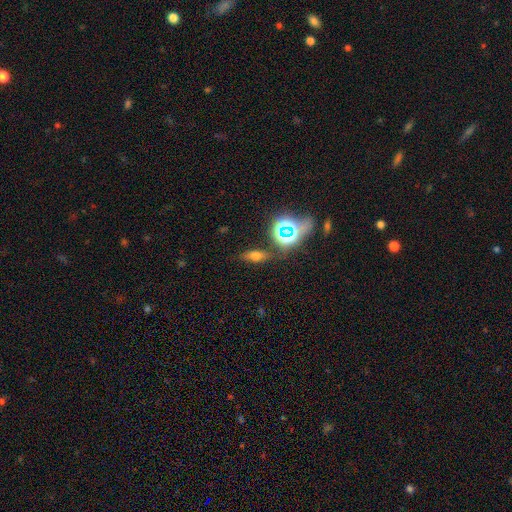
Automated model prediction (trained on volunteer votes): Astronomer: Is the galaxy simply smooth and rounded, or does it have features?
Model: smooth — 55%.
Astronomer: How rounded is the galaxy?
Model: in between — 61%.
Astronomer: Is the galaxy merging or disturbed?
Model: none — 79%.